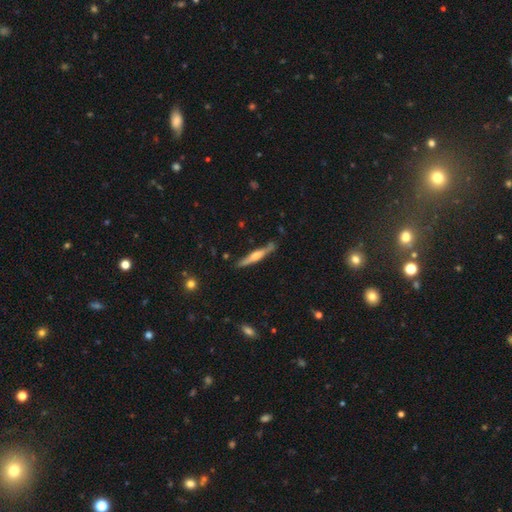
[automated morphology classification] This appears to be a featured or disk galaxy (59%) viewed edge-on (96%) with a rounded central bulge (70%). Merging: none (82%).